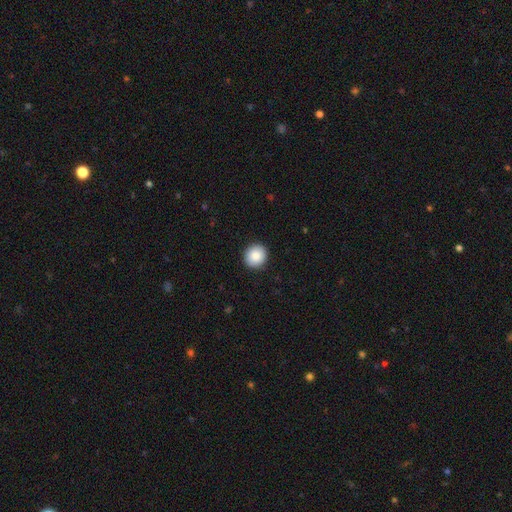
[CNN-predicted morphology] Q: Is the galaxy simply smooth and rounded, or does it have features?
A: smooth — 87%.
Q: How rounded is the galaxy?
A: round — 87%.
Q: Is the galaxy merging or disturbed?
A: none — 92%.